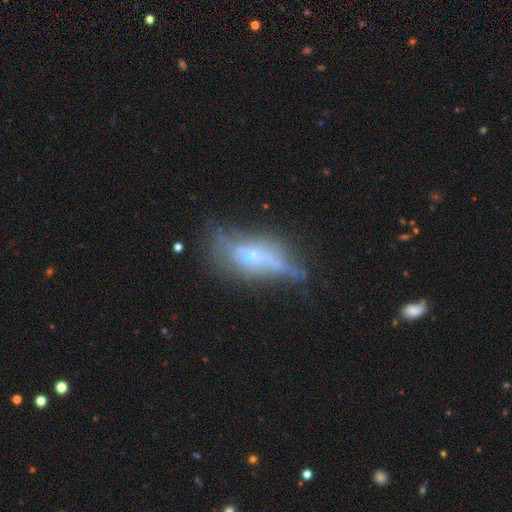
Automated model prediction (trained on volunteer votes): A featured or disk galaxy (60%).

Vote fractions:
- Smooth or featured? featured or disk: 60% / smooth: 28% / star or artifact: 12%
- Edge-on disk? no: 56% / yes: 44%
- Merging? none: 41% / minor disturbance: 27% / major disturbance: 23% / merger: 9%